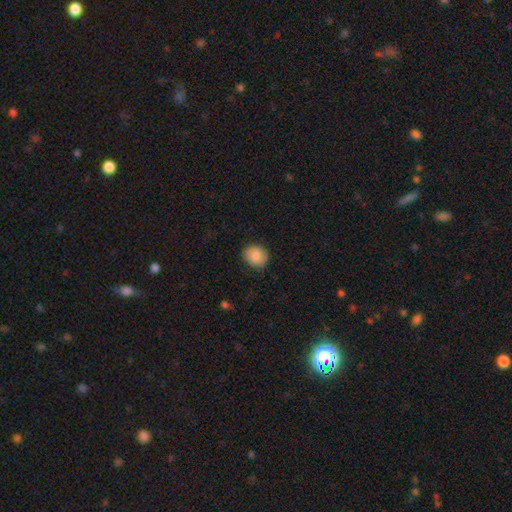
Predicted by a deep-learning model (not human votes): This is clearly a smooth galaxy (87%). How rounded: likely round (72%). Merging: clearly none (87%).